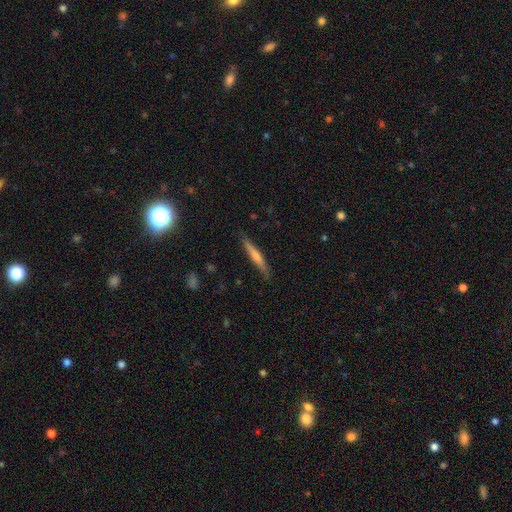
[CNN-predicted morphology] Smooth or featured: featured or disk — 52% (smooth — 41%)
Edge-on disk: yes — 96% (no — 4%)
Merging: none — 87% (minor disturbance — 10%)